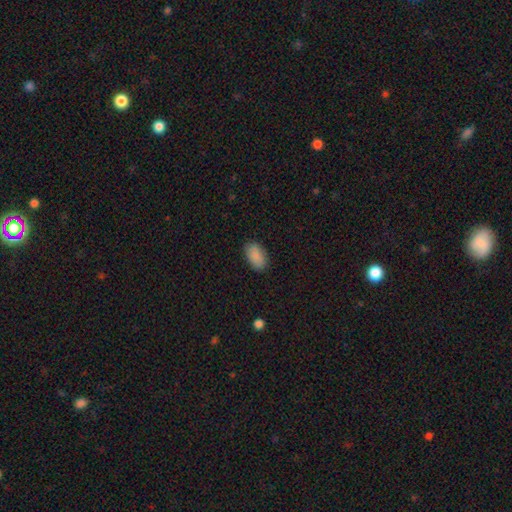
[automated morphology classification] The model was most divided on "merging": none: 87%, minor disturbance: 10%, major disturbance: 2%, merger: 1%. More confident: how rounded — in between (94%); smooth or featured — smooth (89%).